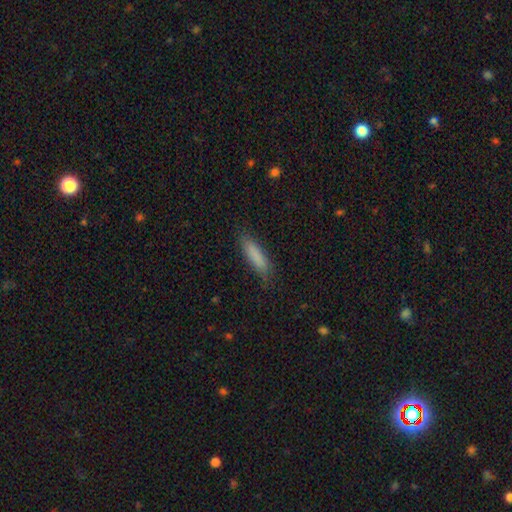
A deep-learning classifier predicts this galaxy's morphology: Smooth or featured? Predicted: smooth (p=0.84). How rounded? Predicted: cigar-shaped (p=0.73). Merging? Predicted: none (p=0.81).